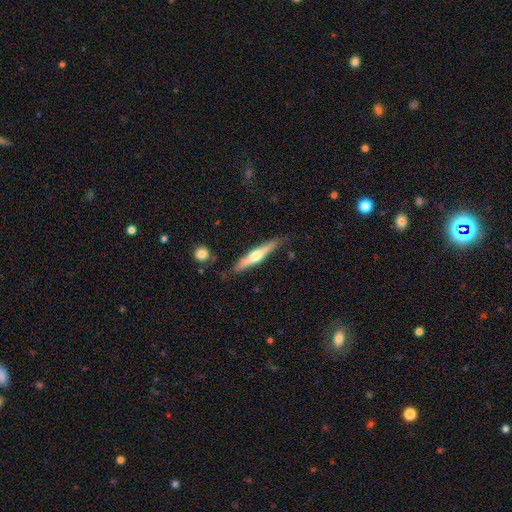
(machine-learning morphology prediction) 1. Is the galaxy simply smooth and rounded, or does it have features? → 57% featured or disk, 38% smooth, 5% star or artifact.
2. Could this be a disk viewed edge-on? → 96% yes, 4% no.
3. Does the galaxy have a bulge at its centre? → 87% rounded, 8% none, 5% boxy.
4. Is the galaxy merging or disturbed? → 80% none, 15% minor disturbance, 3% major disturbance, 2% merger.